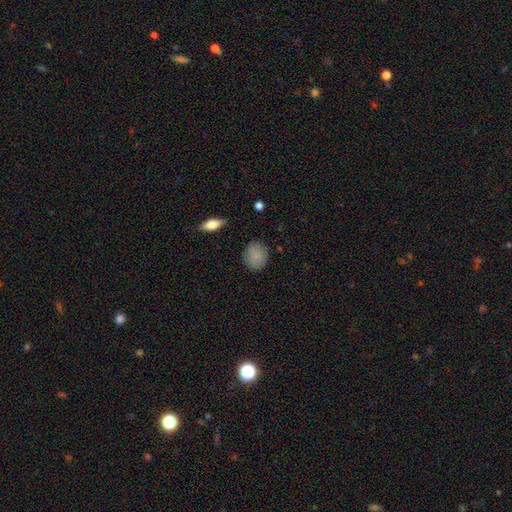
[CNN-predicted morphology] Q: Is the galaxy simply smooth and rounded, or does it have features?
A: smooth — 86%.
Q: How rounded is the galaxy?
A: round — 64%.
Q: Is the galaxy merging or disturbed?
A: none — 84%.